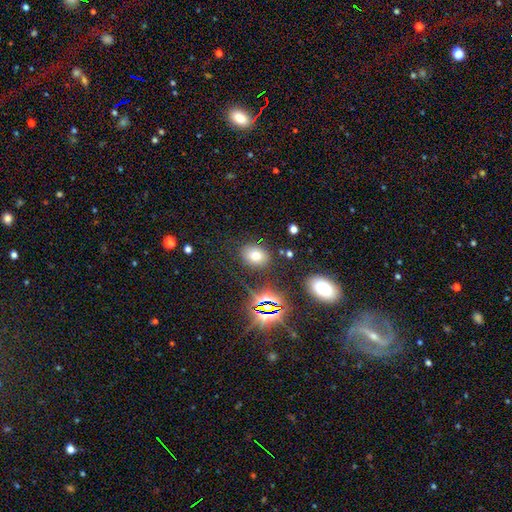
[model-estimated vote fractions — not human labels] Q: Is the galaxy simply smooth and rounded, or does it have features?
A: smooth — 69%.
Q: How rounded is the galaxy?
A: in between — 65%.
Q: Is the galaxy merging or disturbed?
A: none — 83%.